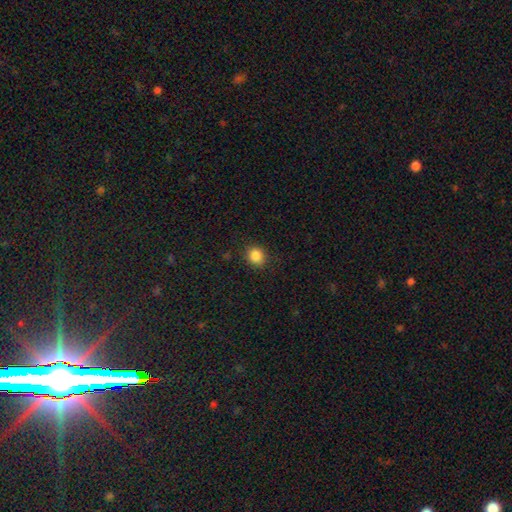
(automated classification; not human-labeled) Smooth or featured? smooth (86%)
How rounded? round (76%)
Merging? none (88%)